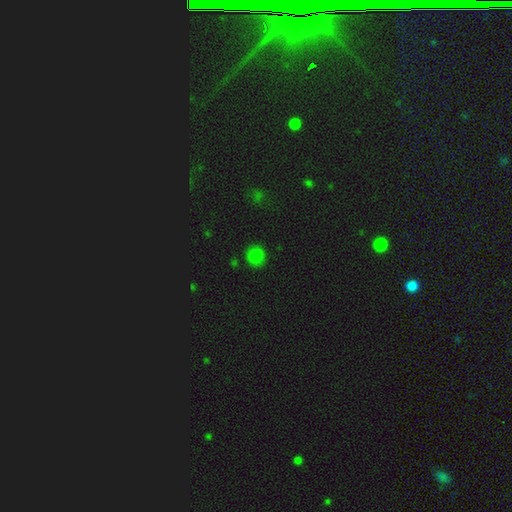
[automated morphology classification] Smooth or featured? Predicted: smooth (p=0.81). How rounded? Predicted: round (p=0.87). Merging? Predicted: none (p=0.87).